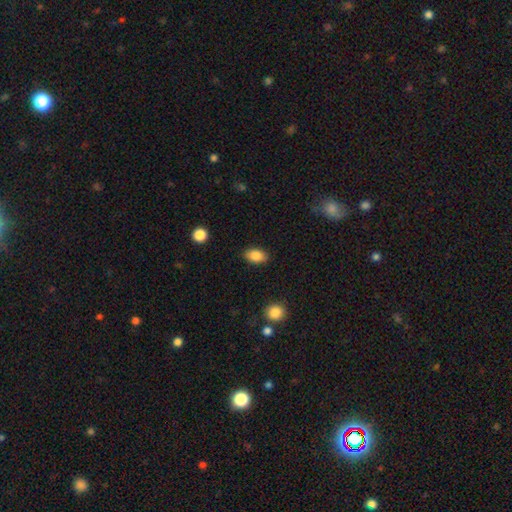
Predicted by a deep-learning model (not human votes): Q: Smooth or featured?
A: smooth (86%); runner-up: star or artifact (8%)
Q: How rounded?
A: in between (89%); runner-up: round (10%)
Q: Merging?
A: none (87%); runner-up: minor disturbance (9%)